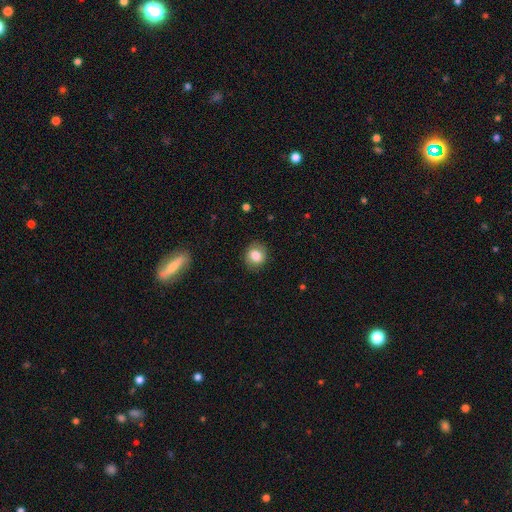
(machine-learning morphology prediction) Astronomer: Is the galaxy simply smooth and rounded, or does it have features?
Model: smooth — 81%.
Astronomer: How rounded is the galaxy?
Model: round — 76%.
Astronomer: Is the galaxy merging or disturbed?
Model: none — 86%.